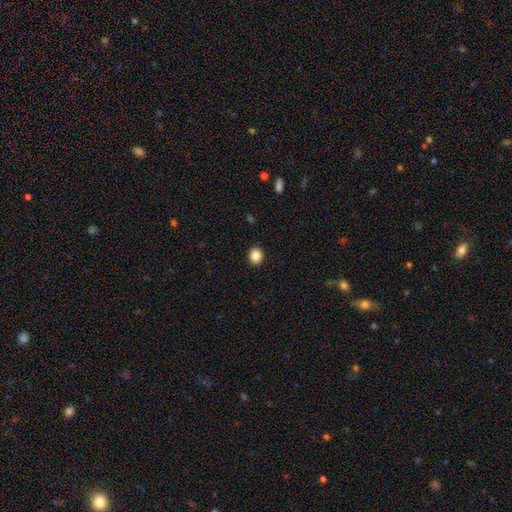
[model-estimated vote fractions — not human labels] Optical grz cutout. It shows a smooth galaxy with no disk features (86%) that is round (69%). Merging: none (92%).